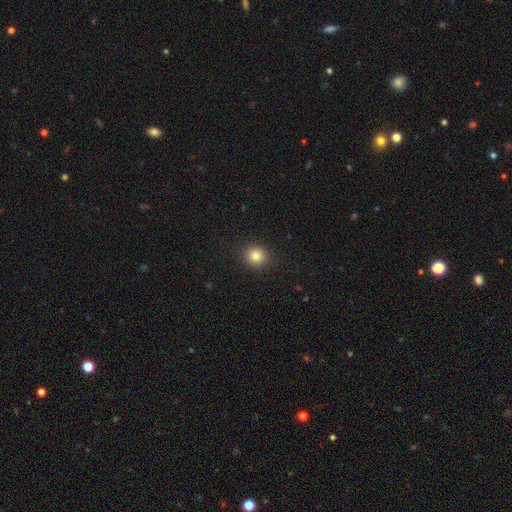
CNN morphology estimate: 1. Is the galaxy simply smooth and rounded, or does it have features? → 83% smooth, 11% star or artifact, 6% featured or disk.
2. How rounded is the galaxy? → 84% round, 15% in between, 1% cigar-shaped.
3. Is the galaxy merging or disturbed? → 91% none, 6% minor disturbance, 2% major disturbance, 1% merger.